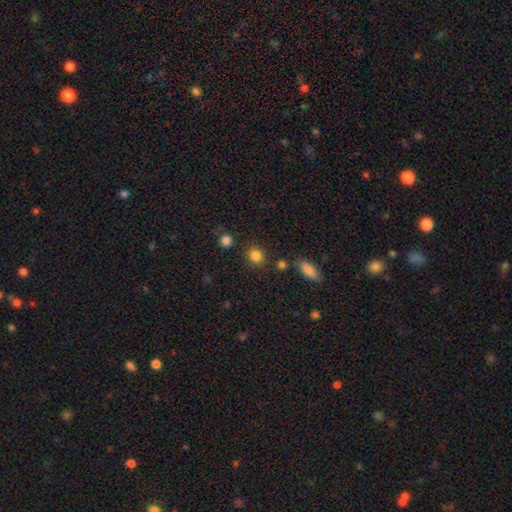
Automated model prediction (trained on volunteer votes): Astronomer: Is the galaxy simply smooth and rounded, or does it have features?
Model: smooth — 84%.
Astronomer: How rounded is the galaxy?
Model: round — 77%.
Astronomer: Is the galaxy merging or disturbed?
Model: none — 83%.